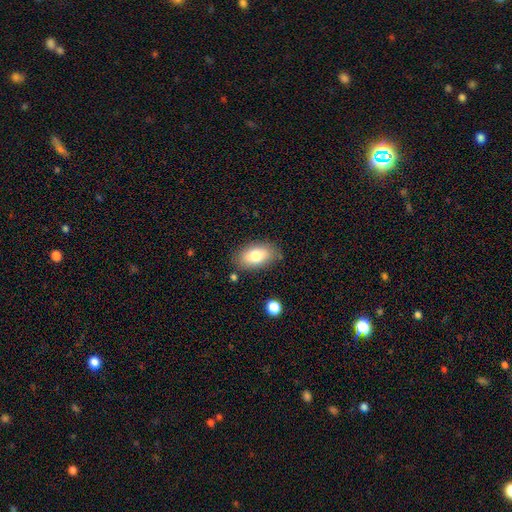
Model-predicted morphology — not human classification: smooth-or-featured: smooth: 78% | featured or disk: 14% | star or artifact: 7%
  how-rounded: in between: 92% | round: 6% | cigar-shaped: 2%
  merging: none: 79% | minor disturbance: 15% | major disturbance: 3% | merger: 3%